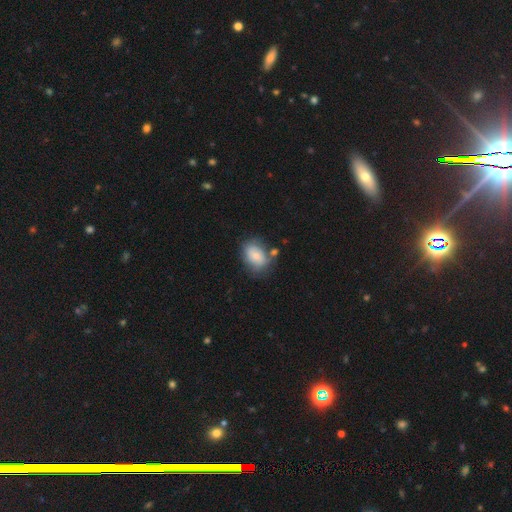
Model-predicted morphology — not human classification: A smooth galaxy with no disk features (69%) that is in between round and cigar-shaped (76%).

Vote fractions:
- Smooth or featured? smooth: 69% / featured or disk: 23% / star or artifact: 8%
- How rounded? in between: 76% / round: 22% / cigar-shaped: 1%
- Merging? none: 64% / minor disturbance: 21% / merger: 9% / major disturbance: 7%